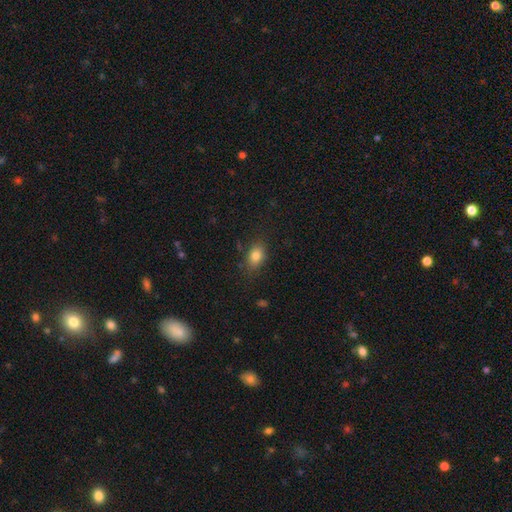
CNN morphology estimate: Smooth or featured? Predicted: smooth (p=0.82). How rounded? Predicted: in between (p=0.80). Merging? Predicted: none (p=0.80).